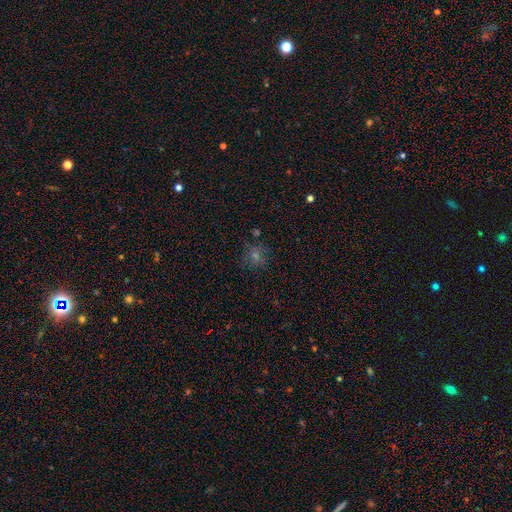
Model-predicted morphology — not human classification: The model was most divided on "smooth or featured": smooth: 47%, star or artifact: 35%, featured or disk: 18%. More confident: merging — none (79%).